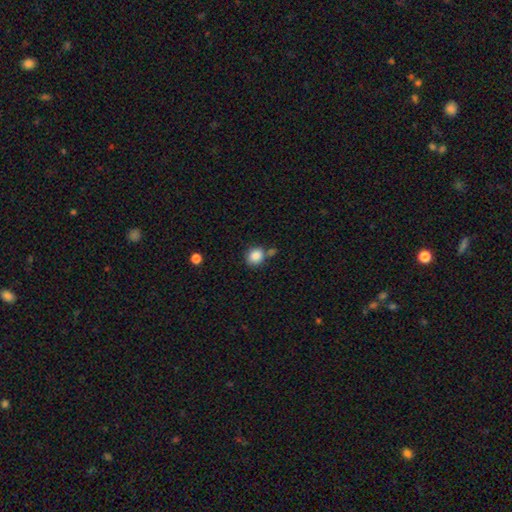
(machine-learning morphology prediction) Smooth or featured? Predicted: smooth (p=0.86). How rounded? Predicted: round (p=0.75). Merging? Predicted: none (p=0.67).